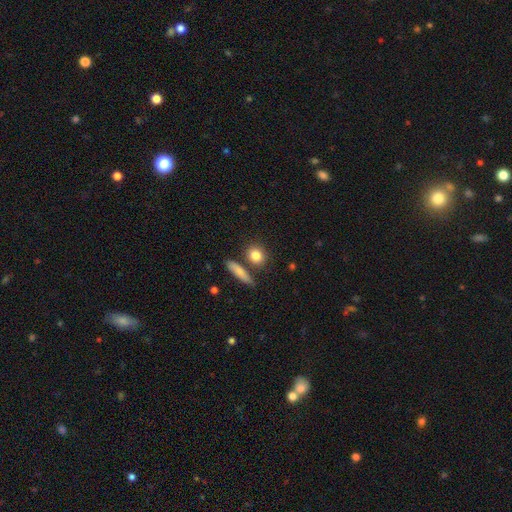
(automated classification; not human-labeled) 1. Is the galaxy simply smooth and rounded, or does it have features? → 83% smooth, 9% featured or disk, 8% star or artifact.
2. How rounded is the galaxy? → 63% round, 28% in between, 9% cigar-shaped.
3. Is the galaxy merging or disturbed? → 75% none, 12% merger, 10% minor disturbance, 3% major disturbance.